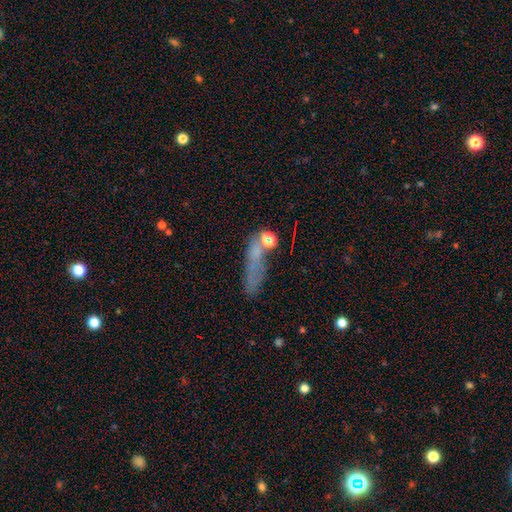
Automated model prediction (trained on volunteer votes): Smooth or featured?
  - smooth: 53% *
  - featured or disk: 27%
  - star or artifact: 20%
How rounded?
  - cigar-shaped: 62% *
  - in between: 29%
  - round: 9%
Merging?
  - none: 46% *
  - major disturbance: 20%
  - minor disturbance: 19%
  - merger: 15%